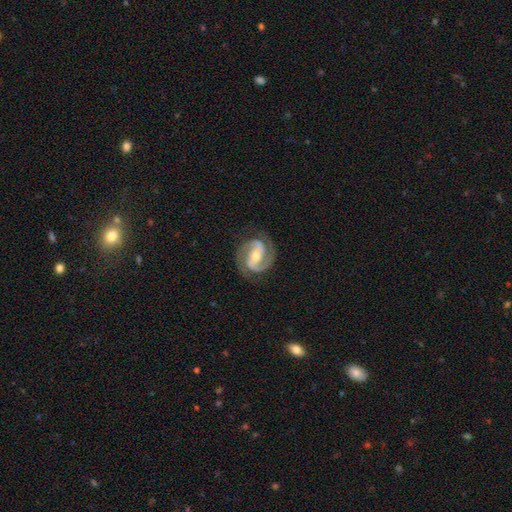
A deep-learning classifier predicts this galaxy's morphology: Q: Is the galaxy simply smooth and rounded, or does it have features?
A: featured or disk — 92%.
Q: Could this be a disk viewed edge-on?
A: no — 98%.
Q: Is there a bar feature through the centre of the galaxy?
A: strong — 48%.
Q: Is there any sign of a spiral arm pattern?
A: yes — 98%.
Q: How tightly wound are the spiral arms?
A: medium — 52%.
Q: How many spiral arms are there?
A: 2 — 93%.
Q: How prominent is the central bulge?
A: moderate — 53%.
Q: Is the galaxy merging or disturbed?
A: none — 83%.